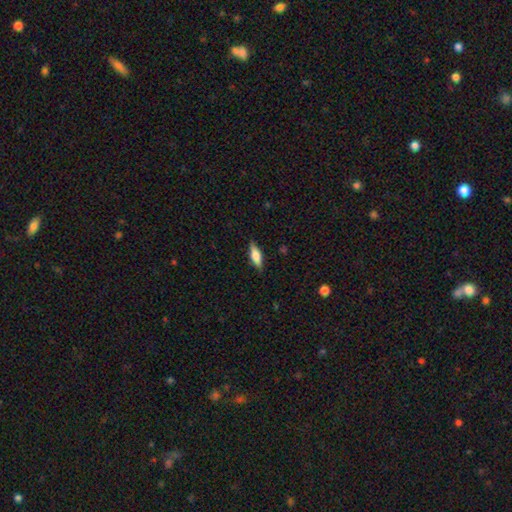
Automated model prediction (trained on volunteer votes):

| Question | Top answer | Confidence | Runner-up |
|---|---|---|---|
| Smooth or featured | smooth | 52% | featured or disk (41%) |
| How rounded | in between | 51% | cigar-shaped (46%) |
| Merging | none | 87% | minor disturbance (10%) |